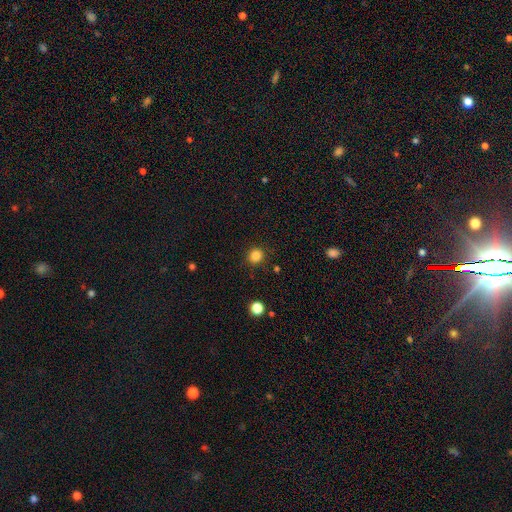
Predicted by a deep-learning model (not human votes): This appears to be a smooth galaxy with no disk features (84%) that is round (89%). Merging: none (89%).